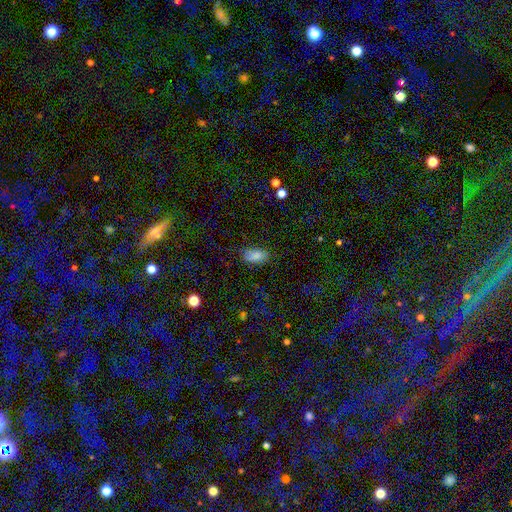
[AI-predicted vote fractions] This appears to be a smooth galaxy with no disk features (87%) that is in between round and cigar-shaped (93%). Merging: none (80%).